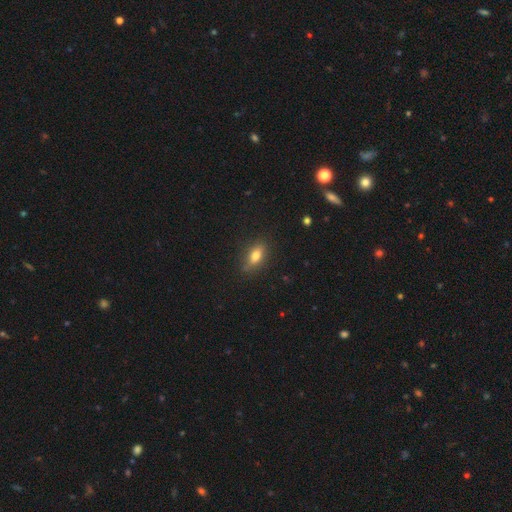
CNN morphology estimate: The model was most divided on "smooth or featured": smooth: 72%, featured or disk: 19%, star or artifact: 9%. More confident: merging — none (81%); how rounded — in between (76%).